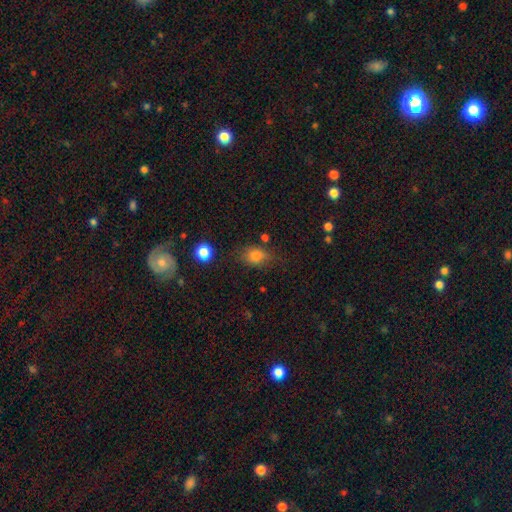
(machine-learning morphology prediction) Smooth or featured: smooth — 78% (star or artifact — 12%)
How rounded: in between — 68% (round — 30%)
Merging: none — 68% (minor disturbance — 21%)